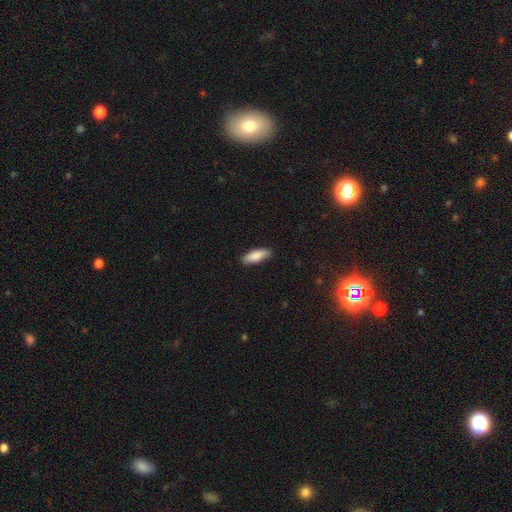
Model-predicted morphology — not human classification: The model was most divided on "how rounded": in between: 63%, cigar-shaped: 35%, round: 2%. More confident: smooth or featured — smooth (86%); merging — none (85%).